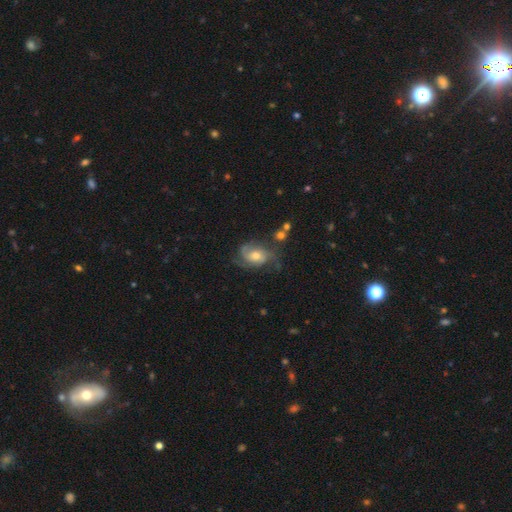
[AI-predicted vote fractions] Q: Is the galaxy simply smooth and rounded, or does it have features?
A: featured or disk — 78%.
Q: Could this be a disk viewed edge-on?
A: no — 97%.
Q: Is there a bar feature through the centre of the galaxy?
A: no — 65%.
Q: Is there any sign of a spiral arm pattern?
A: yes — 94%.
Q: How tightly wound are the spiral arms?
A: medium — 46%.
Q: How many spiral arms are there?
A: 2 — 38%.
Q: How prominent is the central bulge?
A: moderate — 65%.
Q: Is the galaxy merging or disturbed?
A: none — 62%.